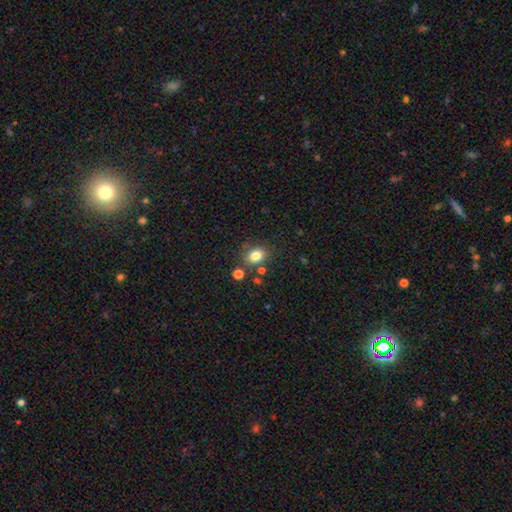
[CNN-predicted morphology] This appears to be a smooth galaxy with no disk features (81%) that is in between round and cigar-shaped (59%). Merging: none (75%).